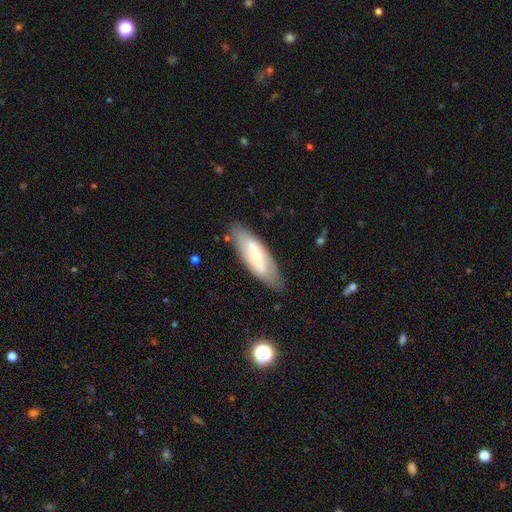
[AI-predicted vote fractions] Smooth or featured: featured or disk — 51% (smooth — 43%)
Edge-on disk: no — 73% (yes — 27%)
Merging: none — 81% (minor disturbance — 14%)